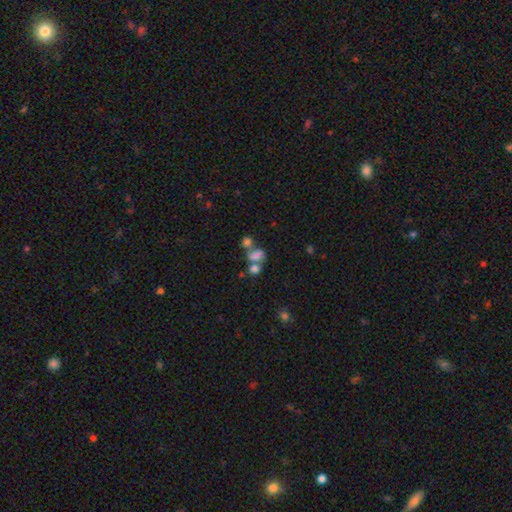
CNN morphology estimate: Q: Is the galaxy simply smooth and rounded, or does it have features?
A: smooth — 70%.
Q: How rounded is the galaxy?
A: in between — 68%.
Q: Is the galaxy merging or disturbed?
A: merger — 51%.